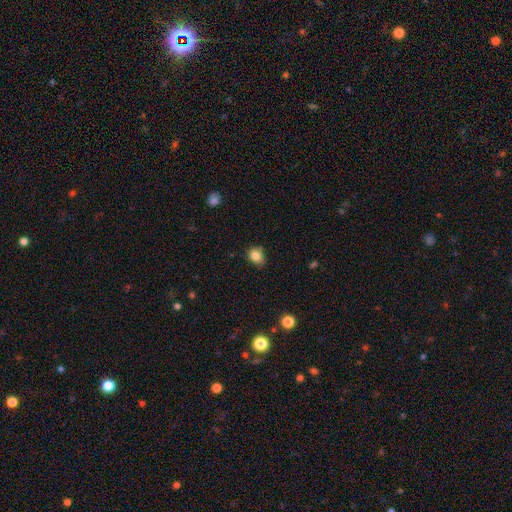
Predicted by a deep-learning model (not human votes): The model was most divided on "how rounded": round: 61%, in between: 38%, cigar-shaped: 1%. More confident: smooth or featured — smooth (82%); merging — none (69%).